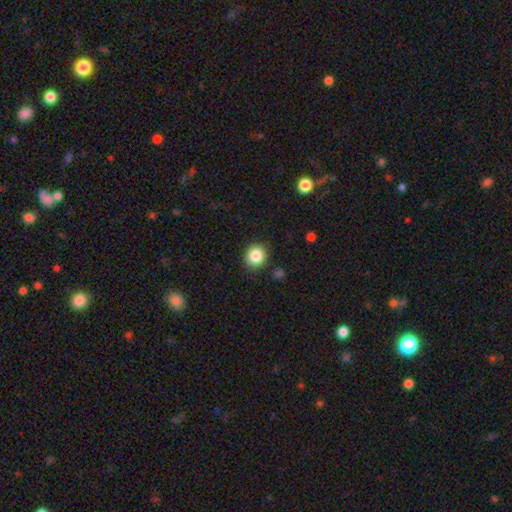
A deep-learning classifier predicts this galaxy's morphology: smooth 86%, star or artifact 9%, featured or disk 5%. Down the decision tree: how rounded — round (82%); merging — none (89%).